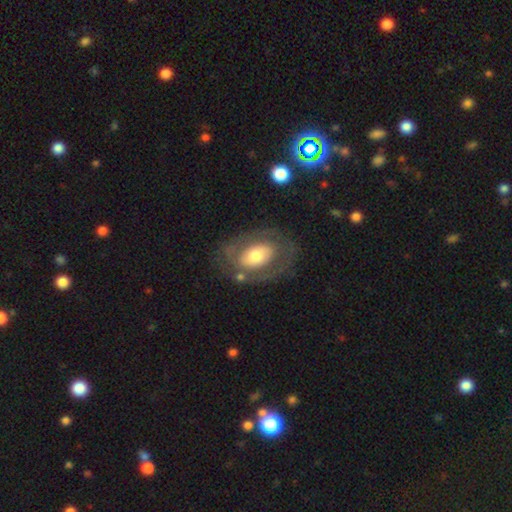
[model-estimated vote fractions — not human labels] The model was most divided on "smooth or featured": featured or disk: 55%, smooth: 39%, star or artifact: 6%. More confident: edge-on disk — no (93%); bar — no (70%); merging — none (69%); spiral arms — no (64%); bulge size — moderate (54%).